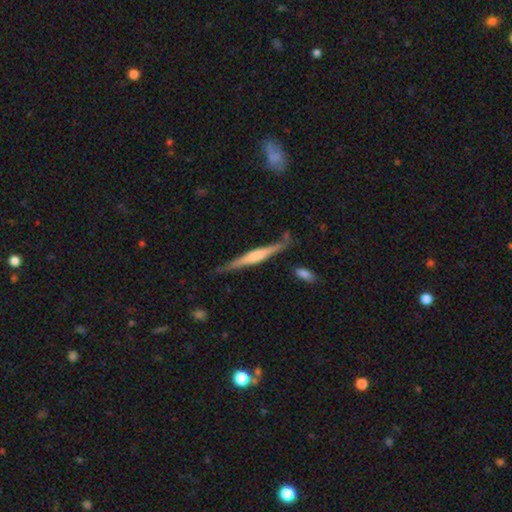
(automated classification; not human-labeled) Q: Smooth or featured?
A: featured or disk (67%); runner-up: smooth (27%)
Q: Edge-on disk?
A: yes (97%); runner-up: no (3%)
Q: Edge-on bulge?
A: rounded (57%); runner-up: boxy (30%)
Q: Merging?
A: none (78%); runner-up: minor disturbance (15%)